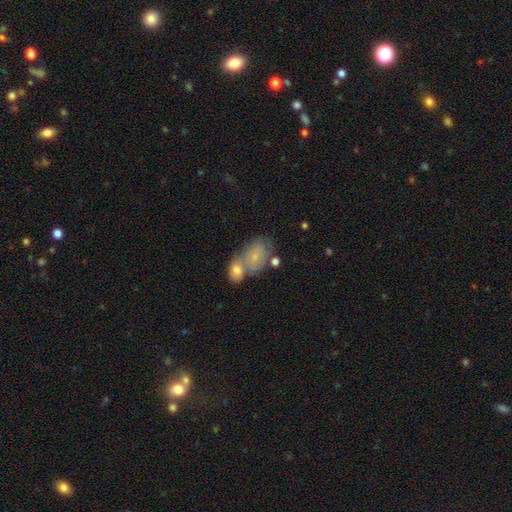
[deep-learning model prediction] Smooth or featured? Predicted: smooth (p=0.64). How rounded? Predicted: in between (p=0.79). Merging? Predicted: merger (p=0.52).